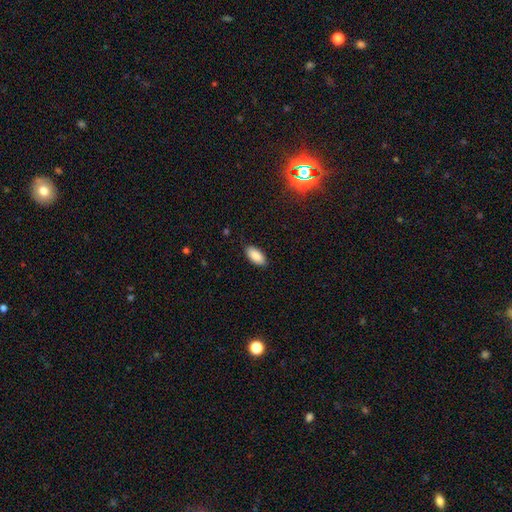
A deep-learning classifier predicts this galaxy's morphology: A smooth galaxy with no disk features (88%) that is in between round and cigar-shaped (92%).

Vote fractions:
- Smooth or featured? smooth: 88% / star or artifact: 7% / featured or disk: 5%
- How rounded? in between: 92% / cigar-shaped: 6% / round: 2%
- Merging? none: 87% / minor disturbance: 10% / major disturbance: 2% / merger: 1%